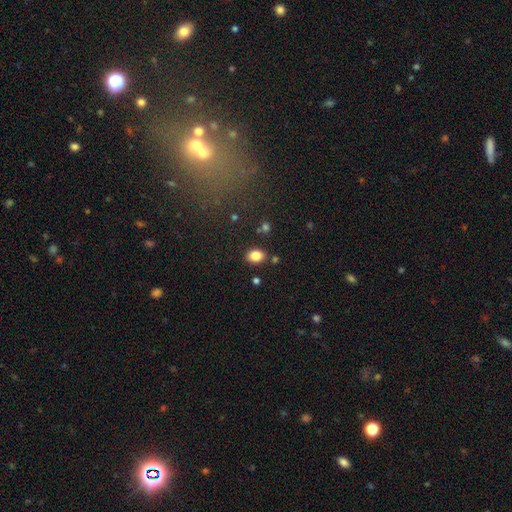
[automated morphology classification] The model was most divided on "how rounded": in between: 67%, round: 32%, cigar-shaped: 1%. More confident: smooth or featured — smooth (84%); merging — none (84%).